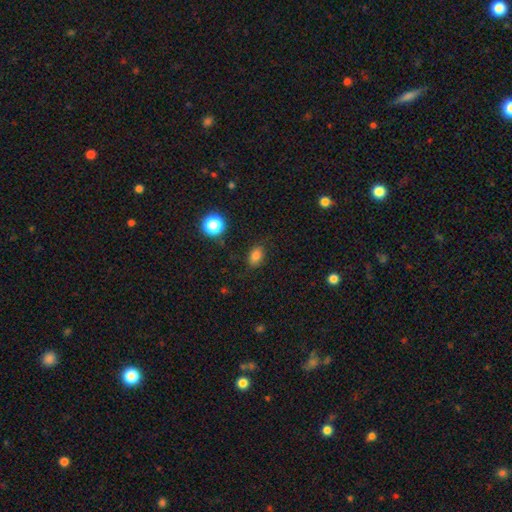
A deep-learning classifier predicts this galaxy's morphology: Overall: smooth (81%). How rounded: in between (77%). Merging: none (82%).